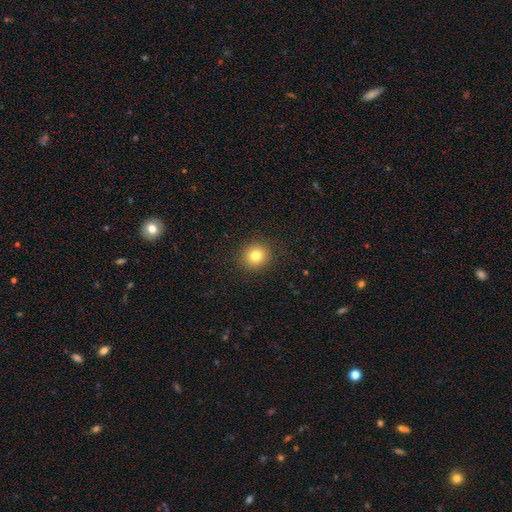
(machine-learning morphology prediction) Overall: smooth (80%). How rounded: round (88%). Merging: none (90%).